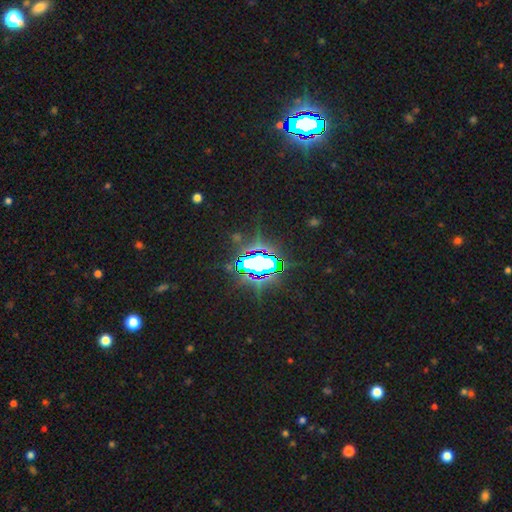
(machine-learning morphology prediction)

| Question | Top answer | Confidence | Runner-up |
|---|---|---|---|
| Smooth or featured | star or artifact | 81% | smooth (10%) |